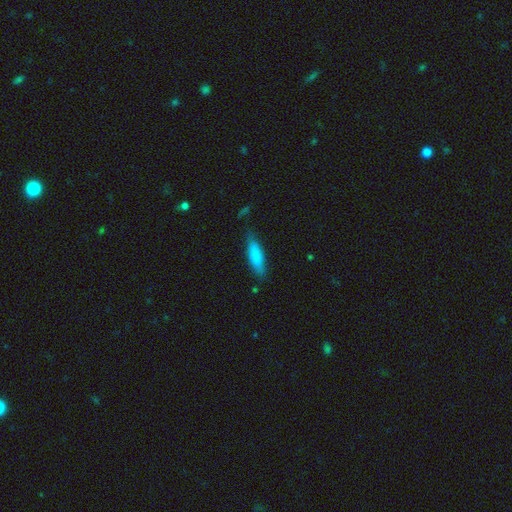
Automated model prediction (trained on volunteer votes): Overall: smooth (82%). How rounded: cigar-shaped (64%; in between 35%). Merging: none (77%).